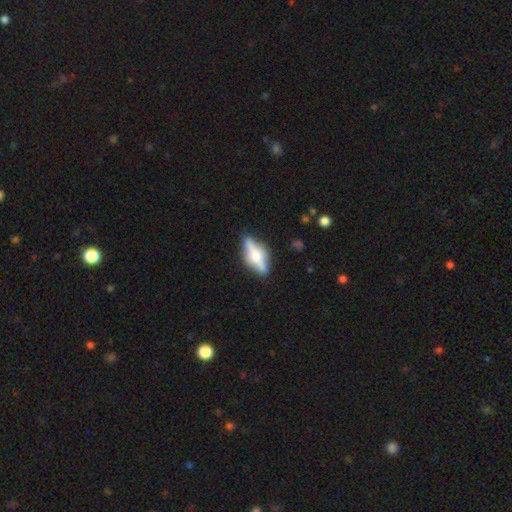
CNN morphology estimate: A featured or disk galaxy (58%) viewed edge-on (89%) with a rounded central bulge (90%). Merging: none (82%).